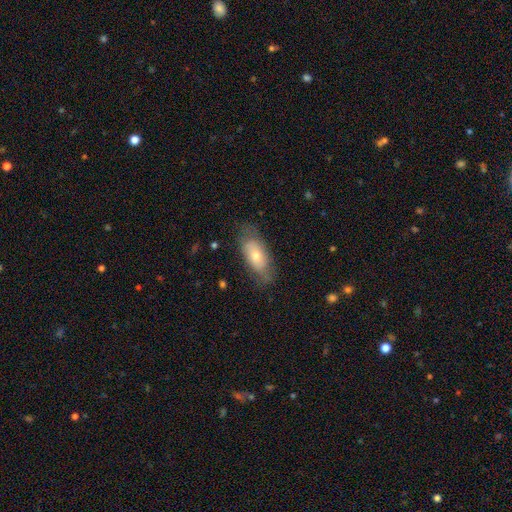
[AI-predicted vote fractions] This appears to be a smooth galaxy with no disk features (61%) that is in between round and cigar-shaped (84%). Merging: none (69%).